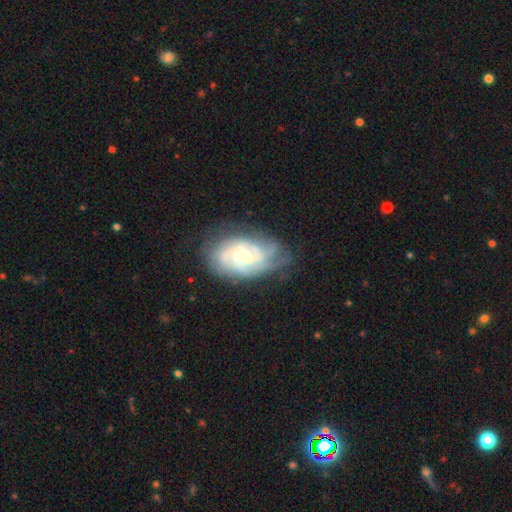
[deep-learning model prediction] featured or disk 81%, smooth 13%, star or artifact 6%. Down the decision tree: edge-on disk — no (96%); bar — no (65%); spiral arms — yes (92%); spiral arm count — can't tell (37%); spiral winding — tight (59%); bulge size — moderate (67%); merging — none (59%).